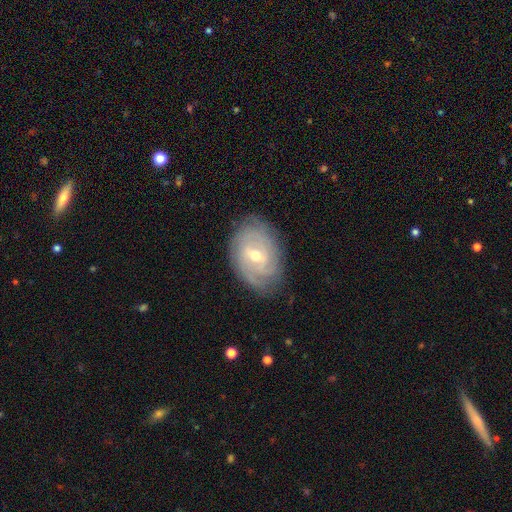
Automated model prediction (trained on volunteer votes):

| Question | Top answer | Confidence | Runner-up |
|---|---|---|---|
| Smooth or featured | featured or disk | 81% | smooth (13%) |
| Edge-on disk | no | 95% | yes (5%) |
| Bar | weak | 53% | no (30%) |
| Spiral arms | yes | 92% | no (8%) |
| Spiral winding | tight | 72% | medium (22%) |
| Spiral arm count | can't tell | 41% | 2 (20%) |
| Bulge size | moderate | 56% | small (41%) |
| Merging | none | 79% | minor disturbance (16%) |